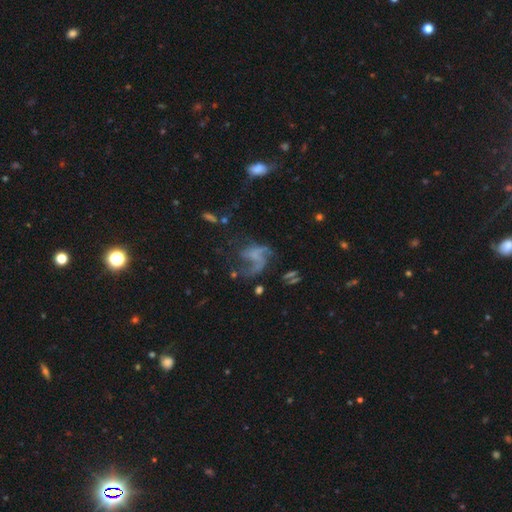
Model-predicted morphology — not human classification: A featured or disk galaxy (62%) with no bar (71%), spiral arms (69%) and no central bulge (71%).

Vote fractions:
- Smooth or featured? featured or disk: 62% / smooth: 21% / star or artifact: 17%
- Edge-on disk? no: 98% / yes: 2%
- Bar? no: 71% / weak: 22% / strong: 7%
- Spiral arms? yes: 69% / no: 31%
- Bulge size? none: 71% / small: 15% / moderate: 9% / large: 4% / dominant: 2%
- Merging? major disturbance: 45% / none: 32% / minor disturbance: 16% / merger: 8%